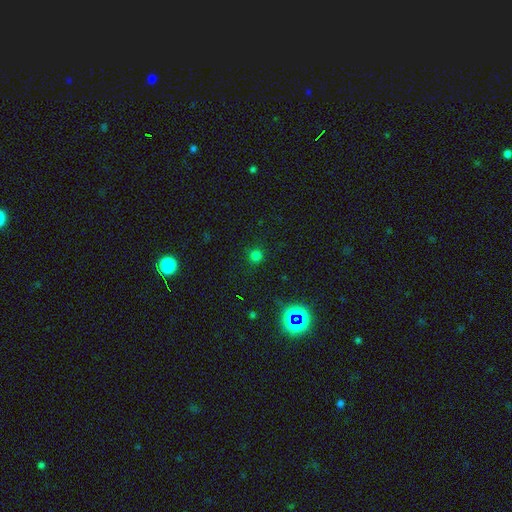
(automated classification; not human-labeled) smooth_or_featured: smooth (p=0.70) [alt: star or artifact p=0.25]
how_rounded: round (p=0.92) [alt: in between p=0.06]
merging: none (p=0.87) [alt: minor disturbance p=0.08]